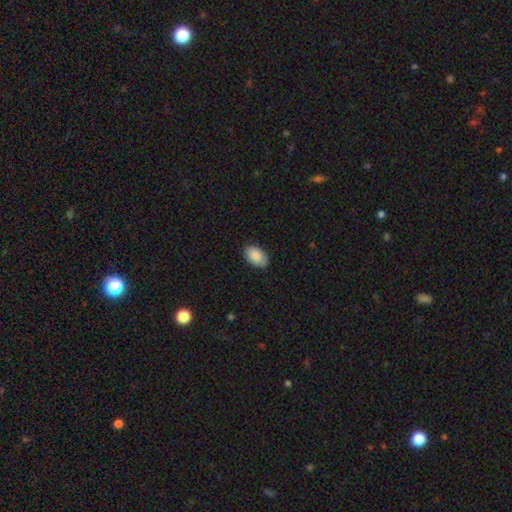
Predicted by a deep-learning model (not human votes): Smooth or featured? smooth (88%)
How rounded? in between (93%)
Merging? none (87%)